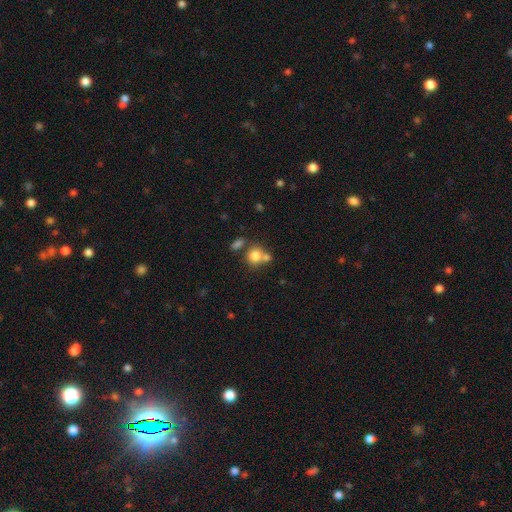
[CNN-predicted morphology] This is likely a smooth galaxy (80%). How rounded: likely round (79%). Merging: possibly none (49%).